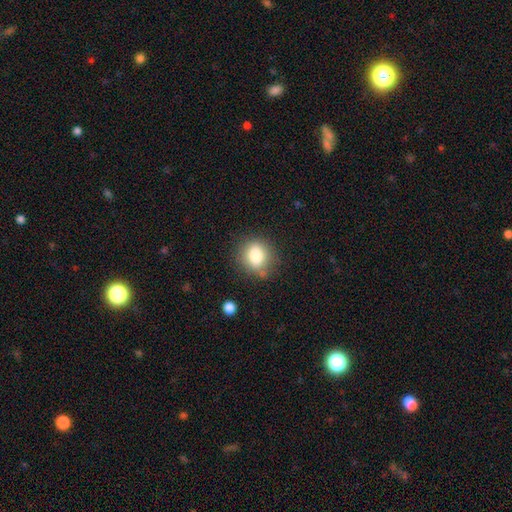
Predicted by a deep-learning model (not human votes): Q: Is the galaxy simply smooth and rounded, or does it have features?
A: smooth — 80%.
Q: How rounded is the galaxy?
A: round — 71%.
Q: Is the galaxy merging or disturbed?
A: none — 74%.